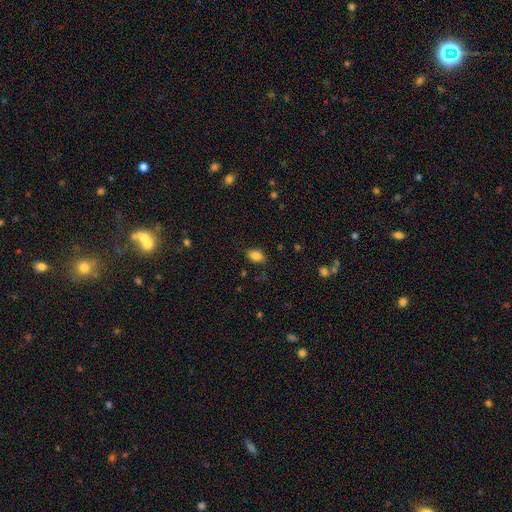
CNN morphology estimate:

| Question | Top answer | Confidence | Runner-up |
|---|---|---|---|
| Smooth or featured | smooth | 84% | star or artifact (10%) |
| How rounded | in between | 85% | round (14%) |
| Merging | none | 83% | minor disturbance (13%) |